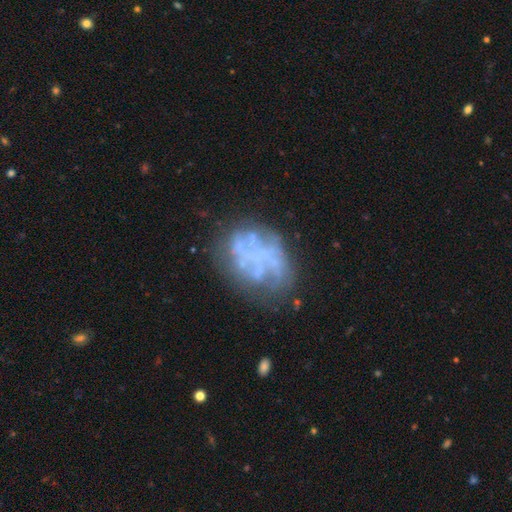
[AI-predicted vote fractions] Q: Smooth or featured?
A: featured or disk (63%); runner-up: smooth (24%)
Q: Edge-on disk?
A: no (98%); runner-up: yes (2%)
Q: Bar?
A: no (92%); runner-up: weak (5%)
Q: Spiral arms?
A: no (82%); runner-up: yes (18%)
Q: Bulge size?
A: none (85%); runner-up: small (7%)
Q: Merging?
A: none (55%); runner-up: minor disturbance (21%)